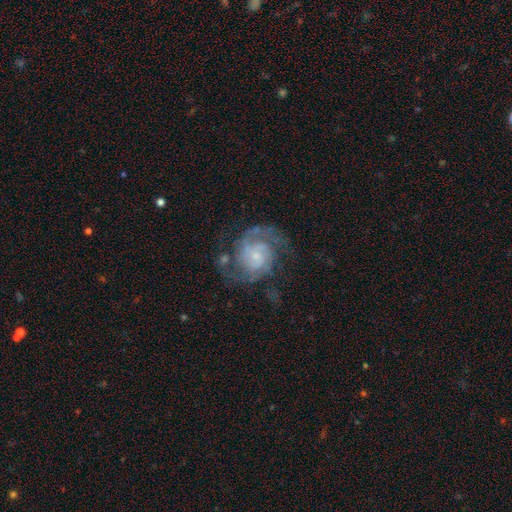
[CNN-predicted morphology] smooth_or_featured: featured or disk (p=0.87) [alt: smooth p=0.08]
disk_edge_on: no (p=0.98) [alt: yes p=0.02]
bar: no (p=0.61) [alt: weak p=0.33]
has_spiral_arms: yes (p=0.96) [alt: no p=0.04]
spiral_winding: medium (p=0.48) [alt: tight p=0.39]
spiral_arm_count: 2 (p=0.71) [alt: can't tell p=0.11]
bulge_size: small (p=0.67) [alt: moderate p=0.22]
merging: none (p=0.64) [alt: minor disturbance p=0.17]